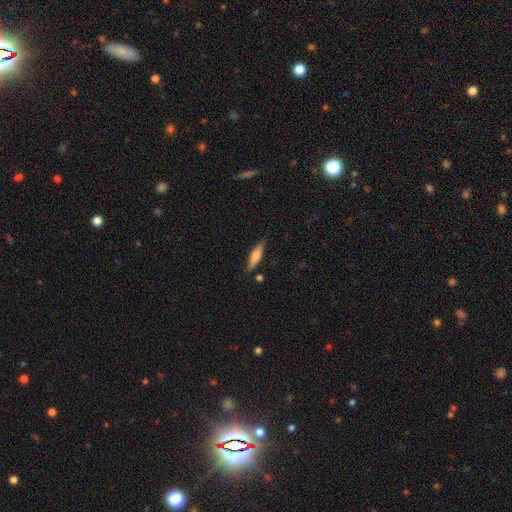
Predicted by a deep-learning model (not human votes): Morphology: type=smooth (60%); roundness=cigar-shaped (69%); merging=none (81%).